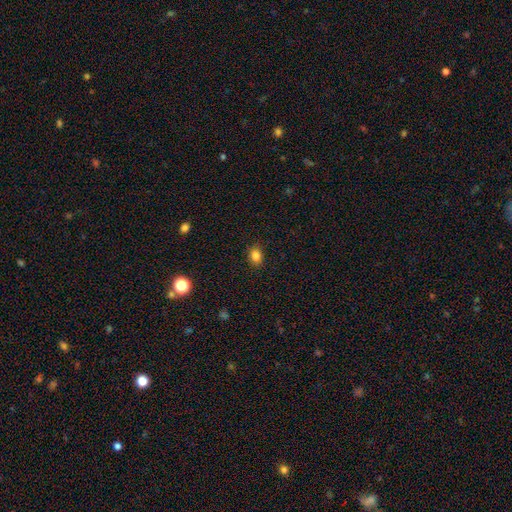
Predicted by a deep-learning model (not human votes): smooth_or_featured: smooth (p=0.84) [alt: star or artifact p=0.12]
how_rounded: in between (p=0.56) [alt: round p=0.43]
merging: none (p=0.87) [alt: minor disturbance p=0.09]